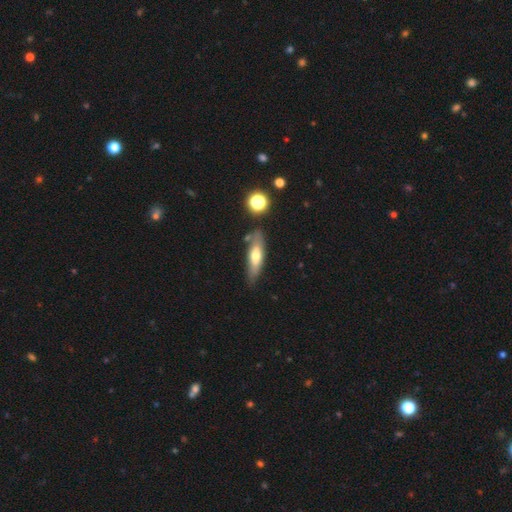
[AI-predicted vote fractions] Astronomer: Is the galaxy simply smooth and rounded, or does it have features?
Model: smooth — 55% (runner-up: featured or disk, 38%).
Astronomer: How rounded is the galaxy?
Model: cigar-shaped — 59% (runner-up: in between, 38%).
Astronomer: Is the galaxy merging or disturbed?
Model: none — 74%.